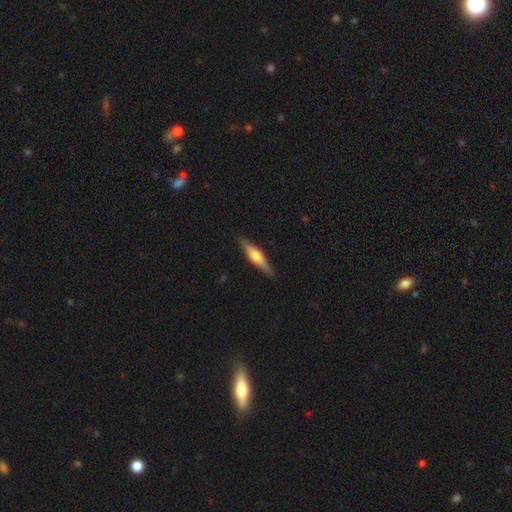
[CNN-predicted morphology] featured or disk 53%, smooth 41%, star or artifact 6%. Down the decision tree: edge-on disk — yes (95%); edge-on bulge — rounded (85%); merging — none (88%).